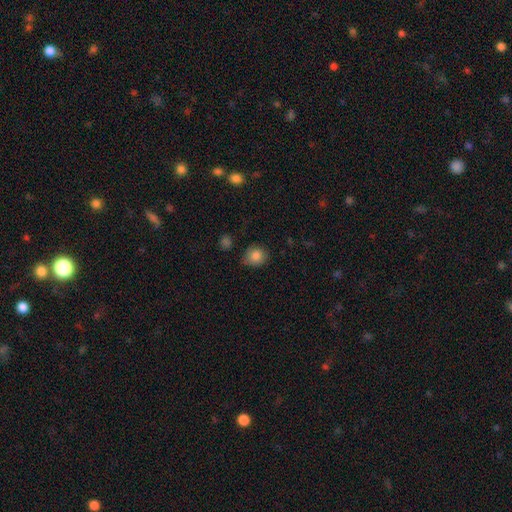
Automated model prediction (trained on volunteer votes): This appears to be a smooth galaxy with no disk features (83%) that is round (72%). Merging: none (72%).